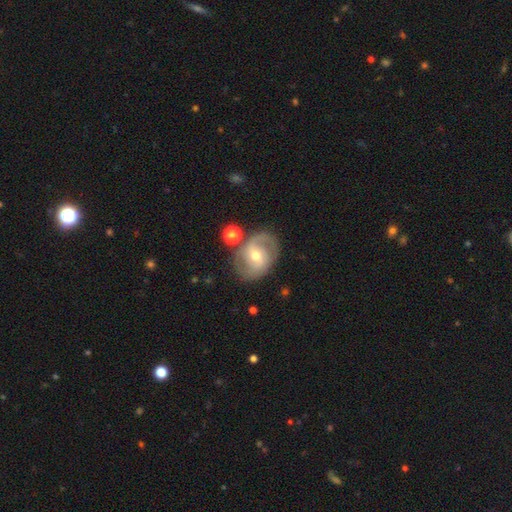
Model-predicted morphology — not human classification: A featured or disk galaxy (75%) with a weak bar (46%), 2 (82%) medium (50%) spiral arms (87%) and a moderate central bulge (61%).

Vote fractions:
- Smooth or featured? featured or disk: 75% / smooth: 18% / star or artifact: 7%
- Edge-on disk? no: 96% / yes: 4%
- Bar? weak: 46% / no: 36% / strong: 18%
- Spiral arms? yes: 87% / no: 13%
- Spiral winding? medium: 50% / tight: 26% / loose: 24%
- Spiral arm count? 2: 82% / can't tell: 9% / 1: 3% / 3: 3% / 4: 1% / more than 4: 1%
- Bulge size? moderate: 61% / small: 34% / large: 3% / none: 1% / dominant: 1%
- Merging? none: 73% / minor disturbance: 15% / major disturbance: 6% / merger: 6%